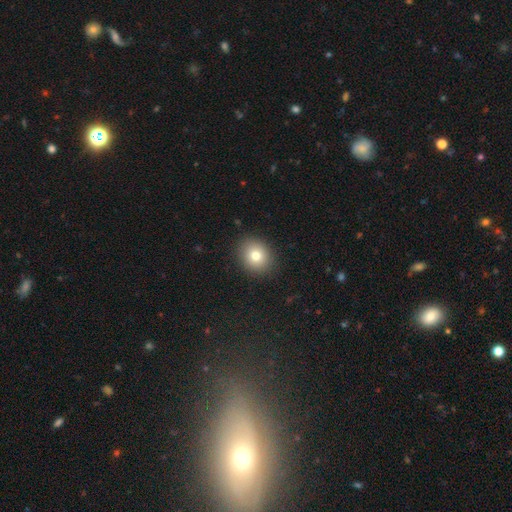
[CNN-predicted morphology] This appears to be a smooth galaxy with no disk features (79%) that is round (69%). Merging: none (89%).